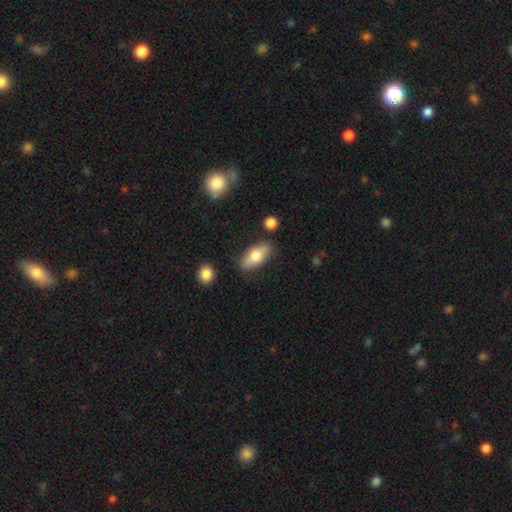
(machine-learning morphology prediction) A smooth galaxy with no disk features (71%) that is in between round and cigar-shaped (85%).

Vote fractions:
- Smooth or featured? smooth: 71% / featured or disk: 22% / star or artifact: 7%
- How rounded? in between: 85% / cigar-shaped: 11% / round: 4%
- Merging? none: 81% / minor disturbance: 13% / merger: 3% / major disturbance: 3%